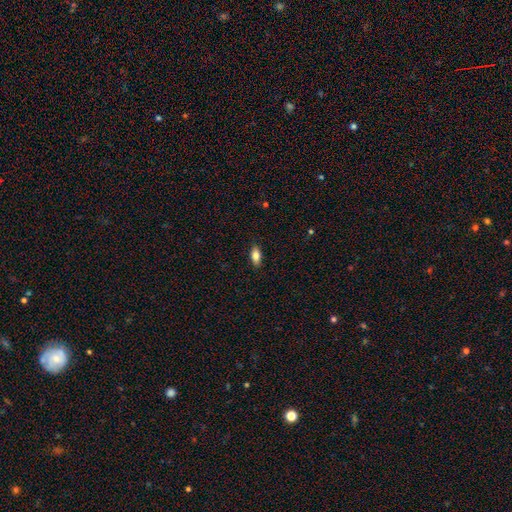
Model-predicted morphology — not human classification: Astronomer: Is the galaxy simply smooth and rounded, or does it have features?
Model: smooth — 81%.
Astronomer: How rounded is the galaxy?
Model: in between — 85%.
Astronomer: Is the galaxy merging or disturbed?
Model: none — 88%.